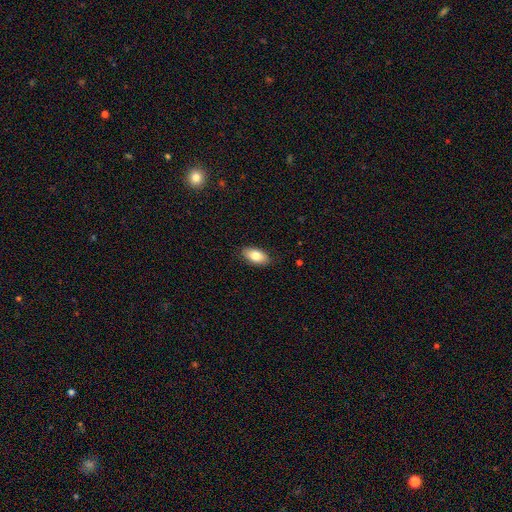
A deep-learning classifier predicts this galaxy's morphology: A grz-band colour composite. It shows a smooth galaxy with no disk features (80%) that is in between round and cigar-shaped (92%). Merging: none (87%).